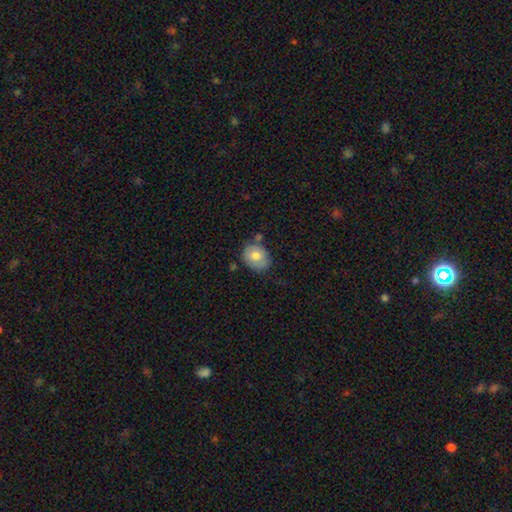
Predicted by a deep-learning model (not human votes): A smooth galaxy with no disk features (74%) that is in between round and cigar-shaped (52%). Merging: none (66%).